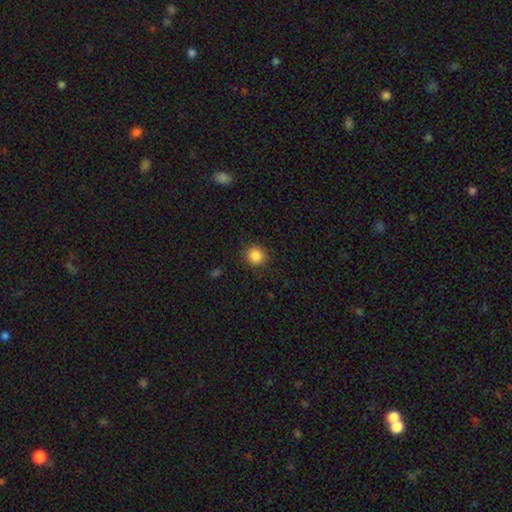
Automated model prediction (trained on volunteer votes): Smooth or featured? Predicted: smooth (p=0.86). How rounded? Predicted: round (p=0.92). Merging? Predicted: none (p=0.89).